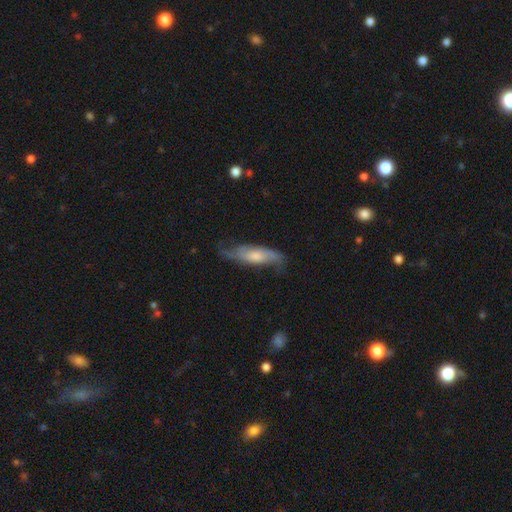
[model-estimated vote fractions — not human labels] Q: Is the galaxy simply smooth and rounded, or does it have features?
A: featured or disk — 54%.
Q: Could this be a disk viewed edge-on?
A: no — 70%.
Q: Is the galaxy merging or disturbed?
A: none — 59%.